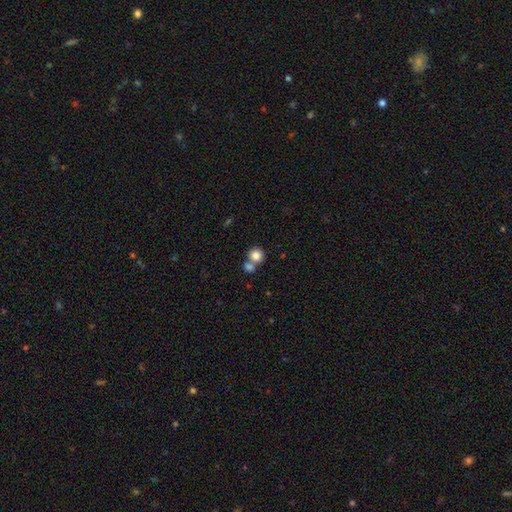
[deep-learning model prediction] Smooth or featured?
  - smooth: 83% *
  - star or artifact: 9%
  - featured or disk: 8%
How rounded?
  - round: 88% *
  - in between: 11%
  - cigar-shaped: 1%
Merging?
  - none: 50% *
  - merger: 40%
  - minor disturbance: 7%
  - major disturbance: 3%